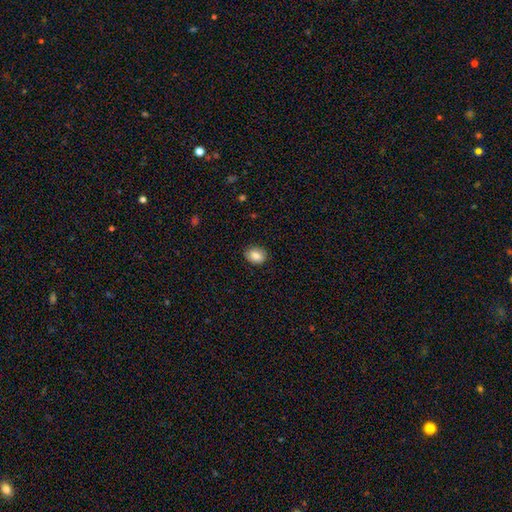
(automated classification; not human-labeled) smooth_or_featured: smooth (p=0.82) [alt: featured or disk p=0.10]
how_rounded: in between (p=0.53) [alt: round p=0.46]
merging: none (p=0.85) [alt: minor disturbance p=0.11]